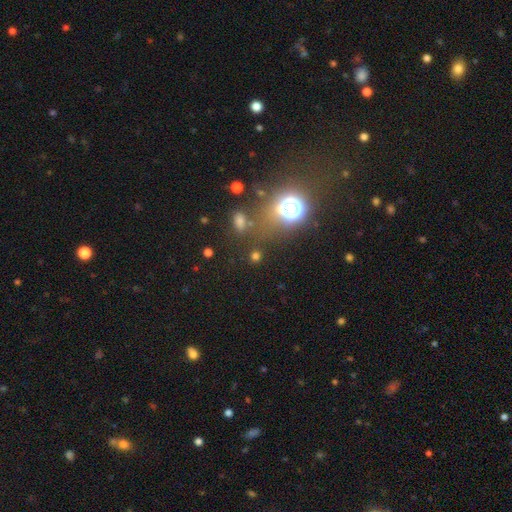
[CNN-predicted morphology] A smooth galaxy with no disk features (46%).

Vote fractions:
- Smooth or featured? smooth: 46% / star or artifact: 45% / featured or disk: 8%
- Merging? none: 69% / merger: 12% / minor disturbance: 12% / major disturbance: 7%